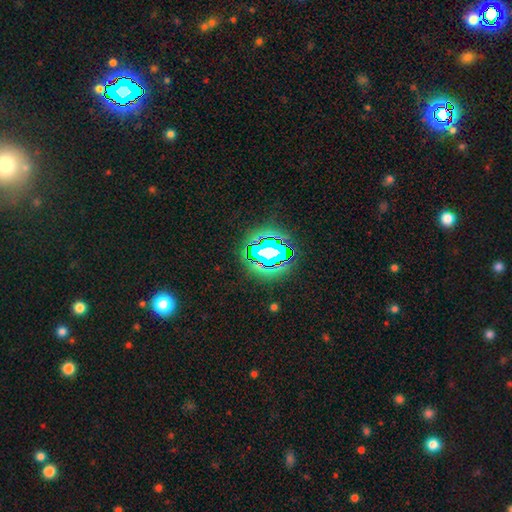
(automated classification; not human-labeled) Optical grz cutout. It shows a star or artifact, not a galaxy (82%).